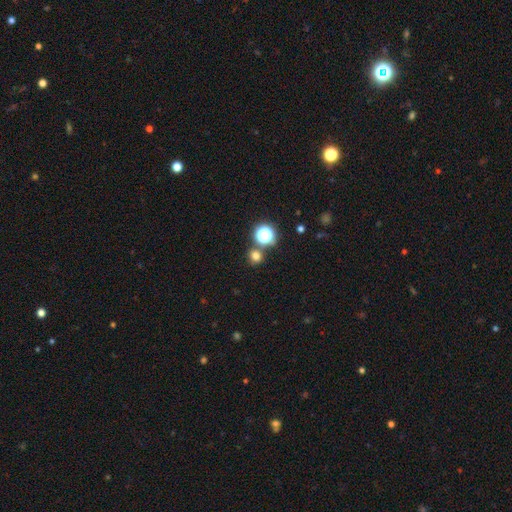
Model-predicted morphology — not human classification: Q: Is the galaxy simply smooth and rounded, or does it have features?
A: smooth — 70%.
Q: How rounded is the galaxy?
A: round — 88%.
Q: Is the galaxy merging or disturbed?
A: none — 78%.